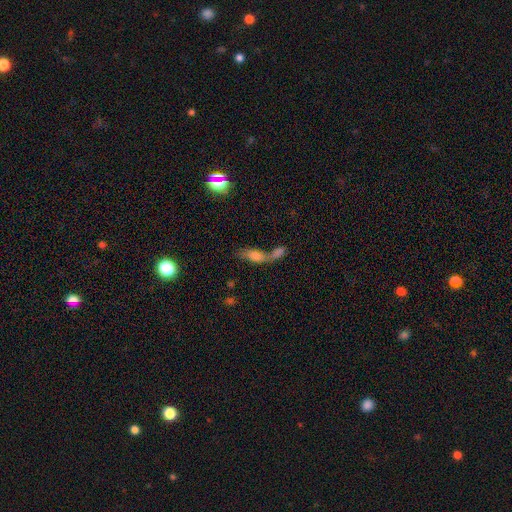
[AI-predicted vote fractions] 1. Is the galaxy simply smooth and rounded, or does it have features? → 66% smooth, 23% featured or disk, 11% star or artifact.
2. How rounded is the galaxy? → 71% in between, 24% cigar-shaped, 5% round.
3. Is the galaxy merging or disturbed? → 67% merger, 20% none, 7% minor disturbance, 6% major disturbance.